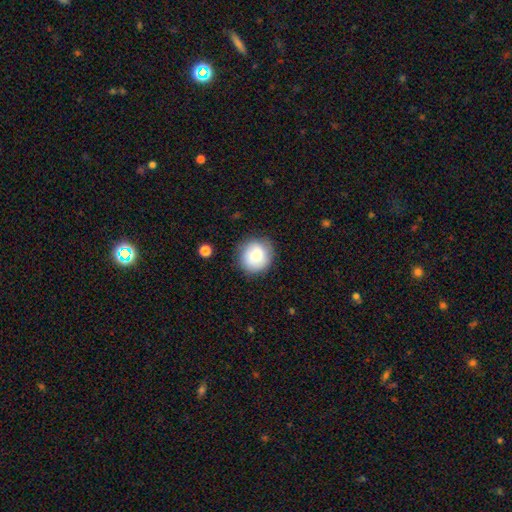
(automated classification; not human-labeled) The model was most divided on "merging": none: 81%, minor disturbance: 13%, major disturbance: 4%, merger: 2%. More confident: how rounded — round (87%); smooth or featured — smooth (83%).